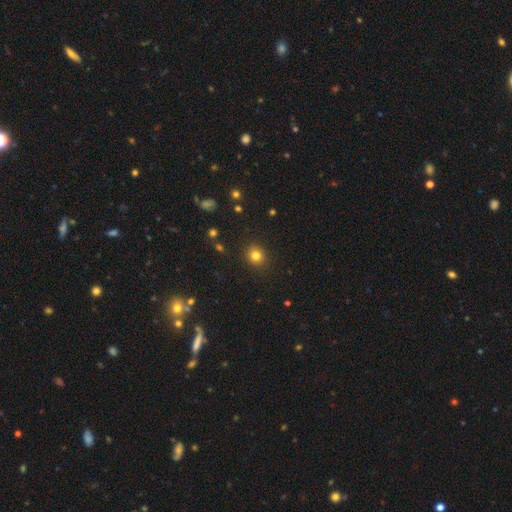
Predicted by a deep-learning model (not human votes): Smooth or featured: smooth — 81% (star or artifact — 13%)
How rounded: round — 84% (in between — 15%)
Merging: none — 90% (minor disturbance — 6%)